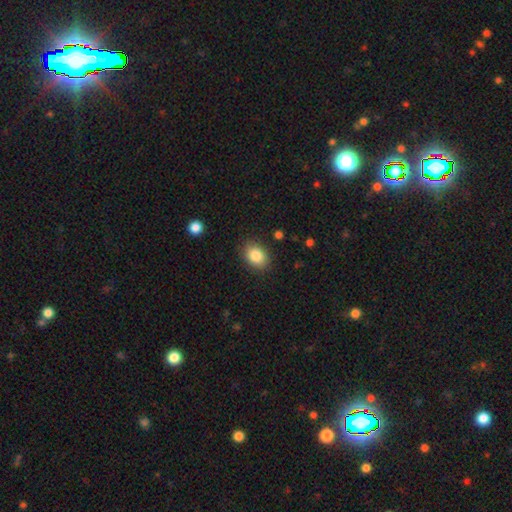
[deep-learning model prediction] Morphology: type=smooth (85%); roundness=in between (70%); merging=none (87%).